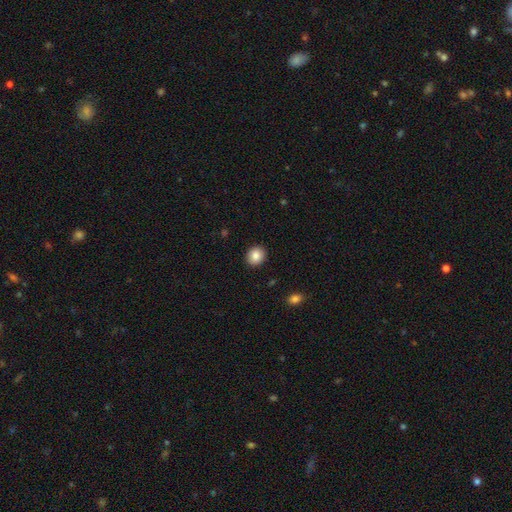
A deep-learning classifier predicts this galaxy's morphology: A smooth galaxy with no disk features (86%) that is round (76%).

Vote fractions:
- Smooth or featured? smooth: 86% / star or artifact: 8% / featured or disk: 6%
- How rounded? round: 76% / in between: 23% / cigar-shaped: 1%
- Merging? none: 92% / minor disturbance: 6% / major disturbance: 2% / merger: 1%